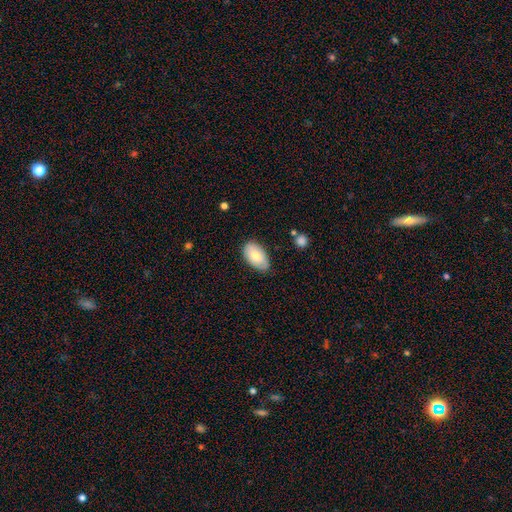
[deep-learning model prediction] The model was most divided on "merging": none: 75%, minor disturbance: 20%, major disturbance: 3%, merger: 1%. More confident: how rounded — in between (94%); smooth or featured — smooth (75%).